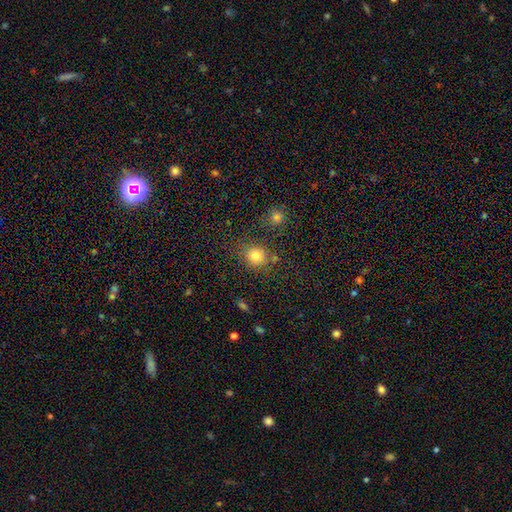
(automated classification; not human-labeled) The model was most divided on "how rounded": round: 77%, in between: 22%, cigar-shaped: 1%. More confident: smooth or featured — smooth (81%); merging — none (72%).